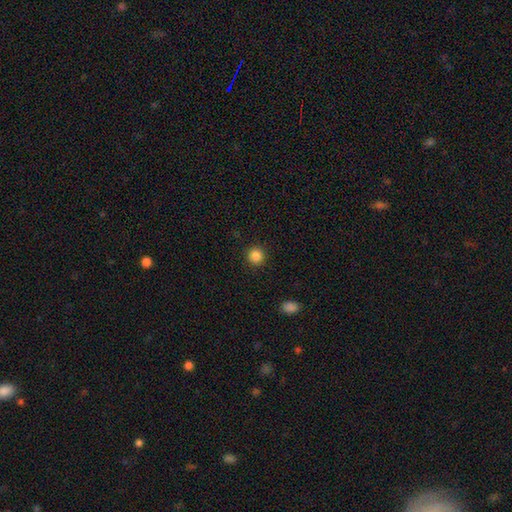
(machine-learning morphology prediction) Smooth or featured?
  - smooth: 87% *
  - star or artifact: 11%
  - featured or disk: 3%
How rounded?
  - round: 94% *
  - in between: 5%
  - cigar-shaped: 1%
Merging?
  - none: 92% *
  - minor disturbance: 5%
  - major disturbance: 2%
  - merger: 1%